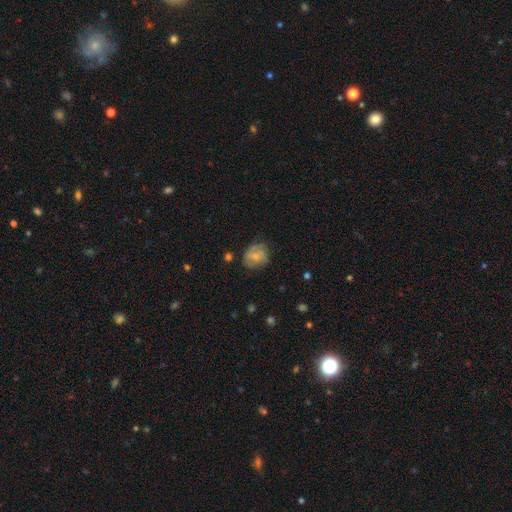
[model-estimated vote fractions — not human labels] The model was most divided on "smooth or featured": smooth: 60%, featured or disk: 31%, star or artifact: 9%. More confident: how rounded — round (66%); merging — none (60%).